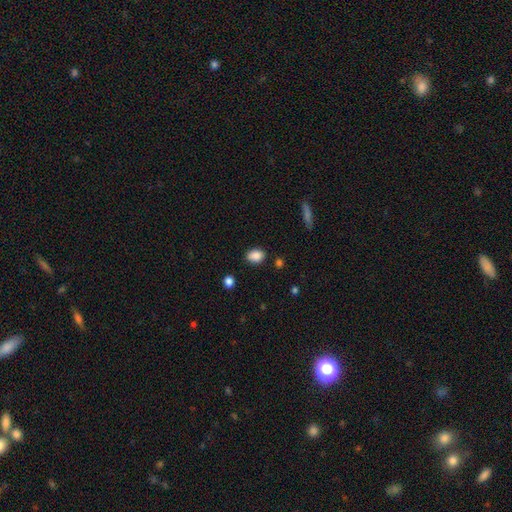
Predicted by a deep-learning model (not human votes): smooth 87%, star or artifact 9%, featured or disk 4%. Down the decision tree: how rounded — in between (77%); merging — none (82%).